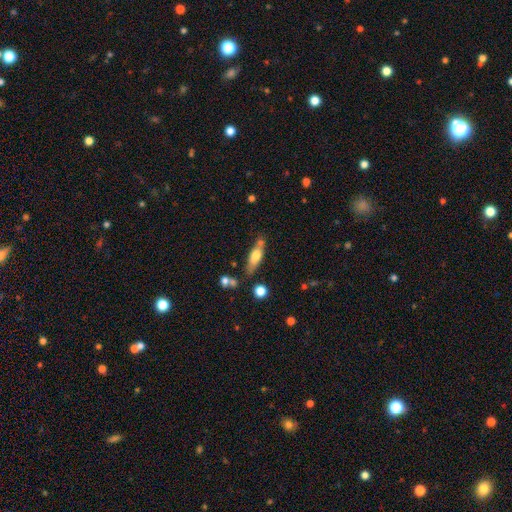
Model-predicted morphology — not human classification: This is likely a smooth galaxy (61%). How rounded: possibly in between (50%). Merging: possibly none (60%).